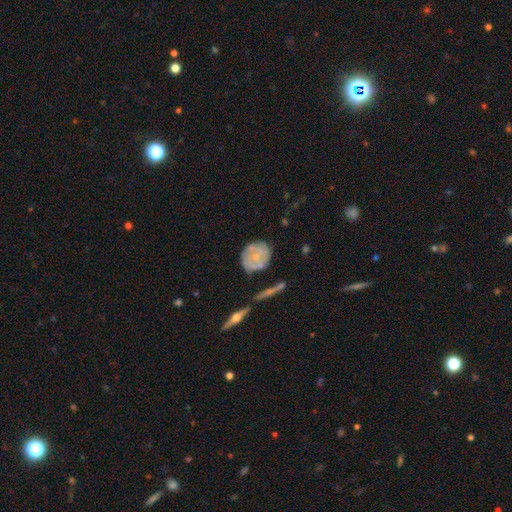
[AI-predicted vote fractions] Smooth or featured? featured or disk (51%)
Edge-on disk? no (91%)
Merging? none (64%)